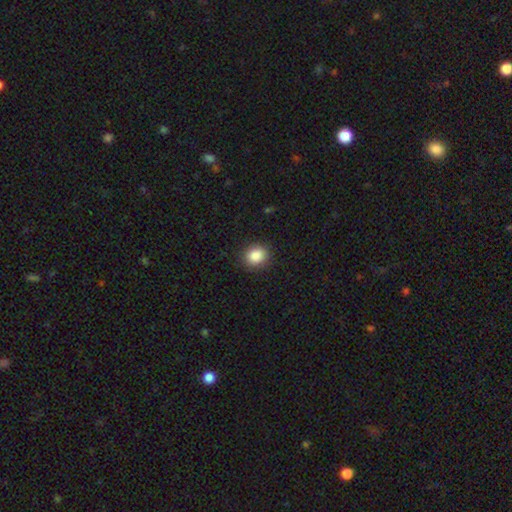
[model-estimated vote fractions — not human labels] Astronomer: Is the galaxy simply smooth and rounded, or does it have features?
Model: smooth — 87%.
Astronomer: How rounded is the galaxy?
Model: round — 70%.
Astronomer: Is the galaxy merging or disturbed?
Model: none — 89%.